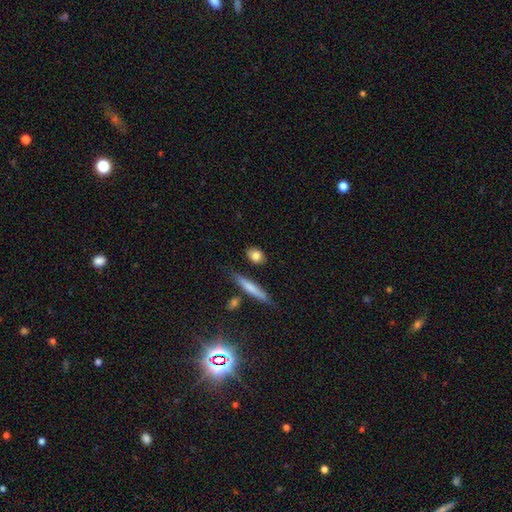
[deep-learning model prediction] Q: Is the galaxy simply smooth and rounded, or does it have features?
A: smooth — 81%.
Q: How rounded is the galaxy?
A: in between — 54%.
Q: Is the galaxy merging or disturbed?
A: none — 80%.